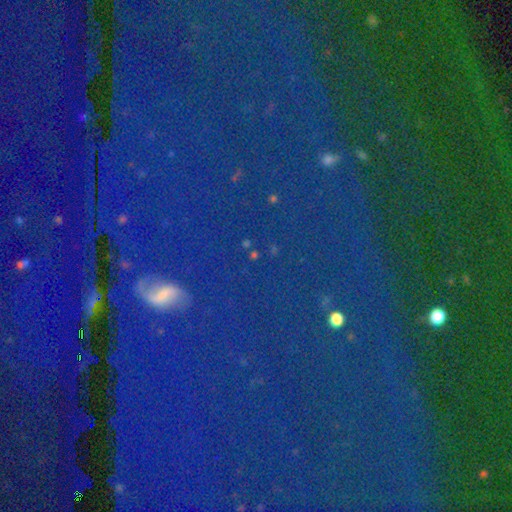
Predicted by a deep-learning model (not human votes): star or artifact 77%, smooth 14%, featured or disk 8%.